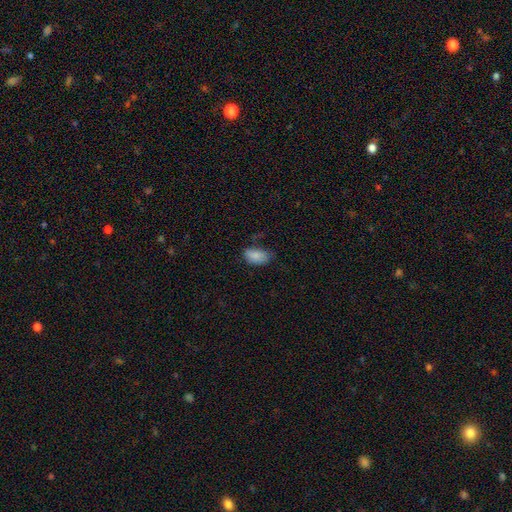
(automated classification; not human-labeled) The model was most divided on "merging": none: 61%, minor disturbance: 29%, major disturbance: 7%, merger: 2%. More confident: how rounded — in between (91%); smooth or featured — smooth (86%).